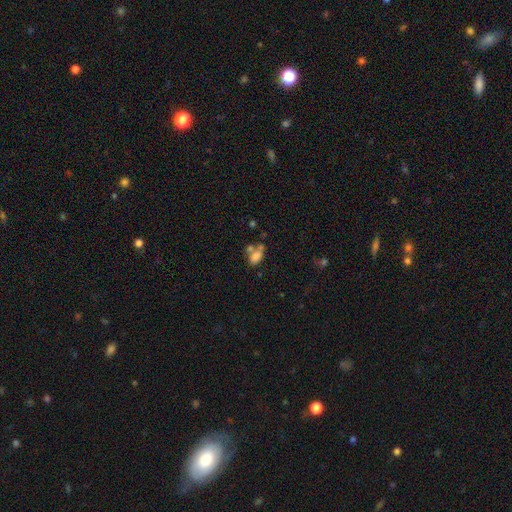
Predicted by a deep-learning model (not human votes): Overall: smooth (75%). How rounded: in between (87%). Merging: merger (41%; none 34%).